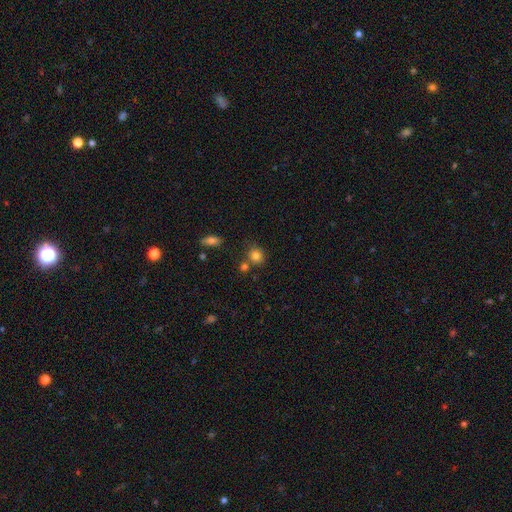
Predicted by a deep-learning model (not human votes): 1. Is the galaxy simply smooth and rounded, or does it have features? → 81% smooth, 11% star or artifact, 7% featured or disk.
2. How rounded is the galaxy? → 81% round, 18% in between, 1% cigar-shaped.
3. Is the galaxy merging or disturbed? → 69% none, 15% merger, 12% minor disturbance, 4% major disturbance.